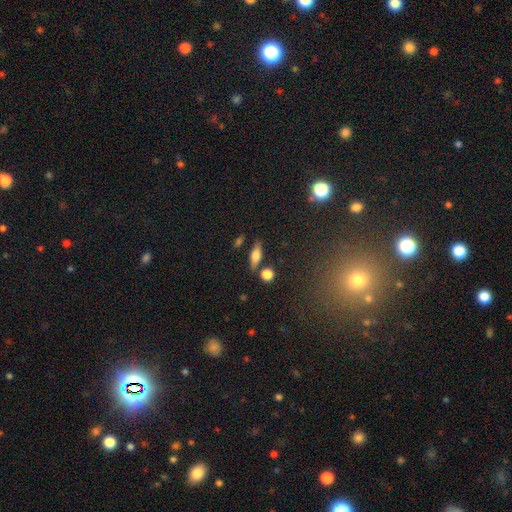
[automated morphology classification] smooth_or_featured: smooth (p=0.58) [alt: featured or disk p=0.33]
how_rounded: in between (p=0.52) [alt: cigar-shaped p=0.42]
merging: none (p=0.79) [alt: minor disturbance p=0.11]